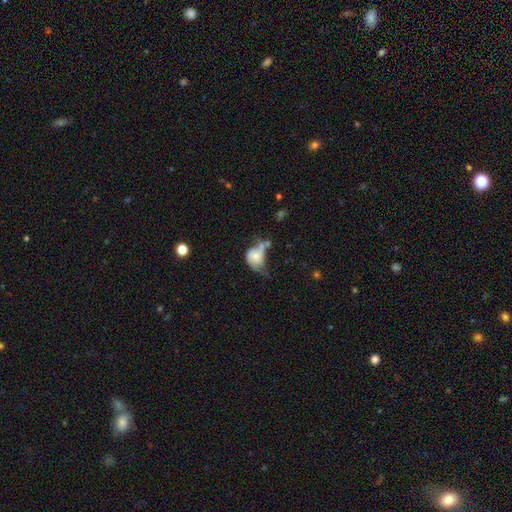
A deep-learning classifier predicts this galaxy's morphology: The model was most divided on "smooth or featured": featured or disk: 47%, smooth: 44%, star or artifact: 9%. Remaining: merging — major disturbance (34%).